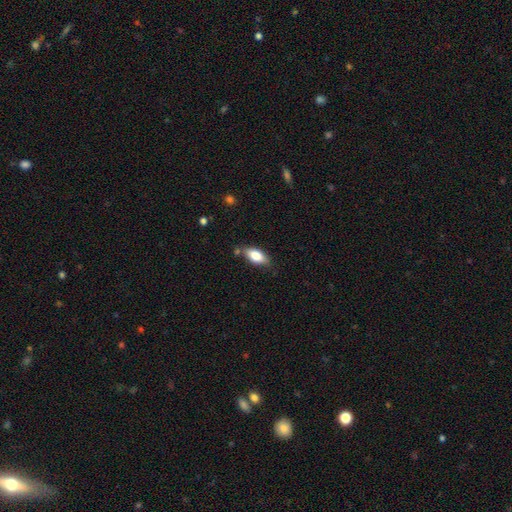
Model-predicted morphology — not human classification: This appears to be a smooth galaxy with no disk features (79%) that is in between round and cigar-shaped (88%). Merging: none (75%).